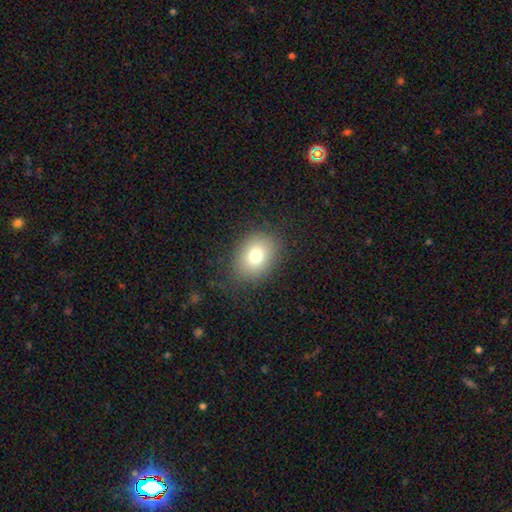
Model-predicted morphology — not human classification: A smooth galaxy with no disk features (75%) that is in between round and cigar-shaped (55%).

Vote fractions:
- Smooth or featured? smooth: 75% / featured or disk: 12% / star or artifact: 12%
- How rounded? in between: 55% / round: 44% / cigar-shaped: 1%
- Merging? none: 83% / minor disturbance: 11% / major disturbance: 5% / merger: 1%